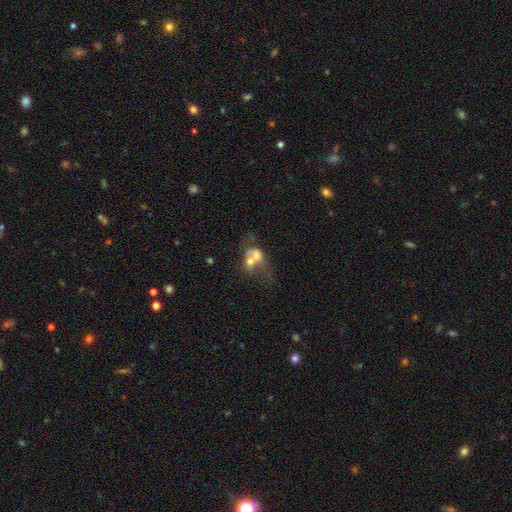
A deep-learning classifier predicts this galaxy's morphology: Smooth or featured?
  - smooth: 51% *
  - featured or disk: 38%
  - star or artifact: 11%
How rounded?
  - in between: 56% *
  - round: 42%
  - cigar-shaped: 2%
Merging?
  - merger: 67% *
  - none: 13%
  - major disturbance: 13%
  - minor disturbance: 7%